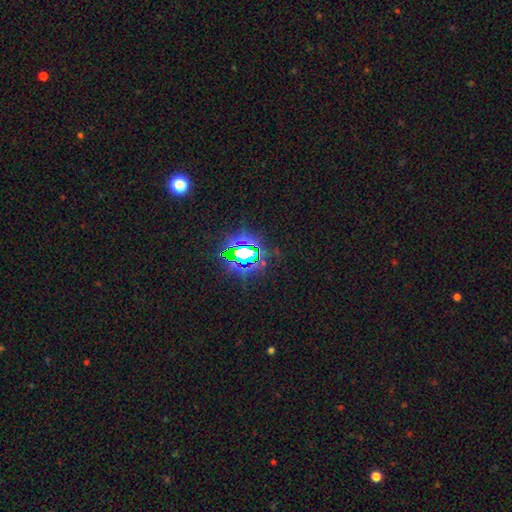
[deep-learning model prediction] Smooth or featured?
  - star or artifact: 74% *
  - smooth: 15%
  - featured or disk: 10%